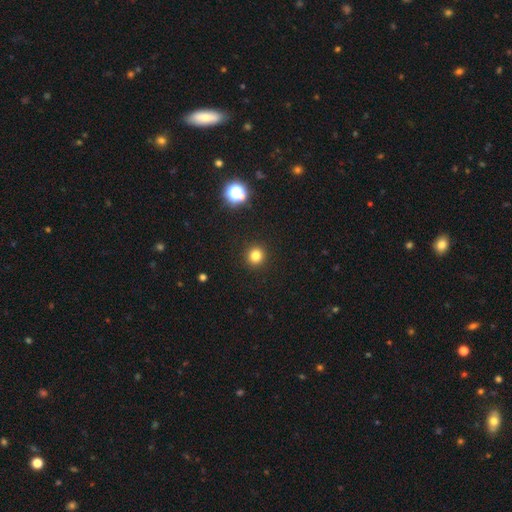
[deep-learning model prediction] smooth_or_featured: smooth (p=0.81) [alt: star or artifact p=0.14]
how_rounded: round (p=0.93) [alt: in between p=0.06]
merging: none (p=0.93) [alt: minor disturbance p=0.04]